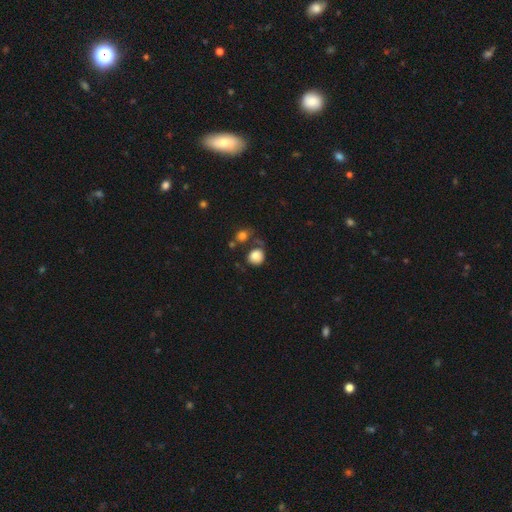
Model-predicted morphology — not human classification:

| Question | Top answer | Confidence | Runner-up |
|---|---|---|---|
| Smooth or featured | smooth | 84% | star or artifact (9%) |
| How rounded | round | 83% | in between (16%) |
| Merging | none | 62% | minor disturbance (16%) |